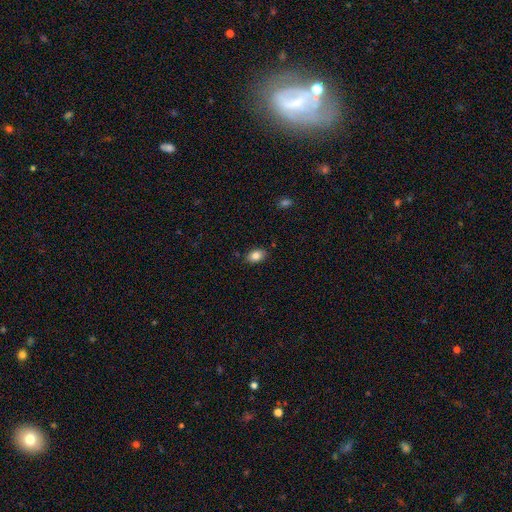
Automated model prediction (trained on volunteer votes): smooth_or_featured: smooth (p=0.83) [alt: star or artifact p=0.09]
how_rounded: in between (p=0.81) [alt: round p=0.17]
merging: none (p=0.85) [alt: minor disturbance p=0.11]